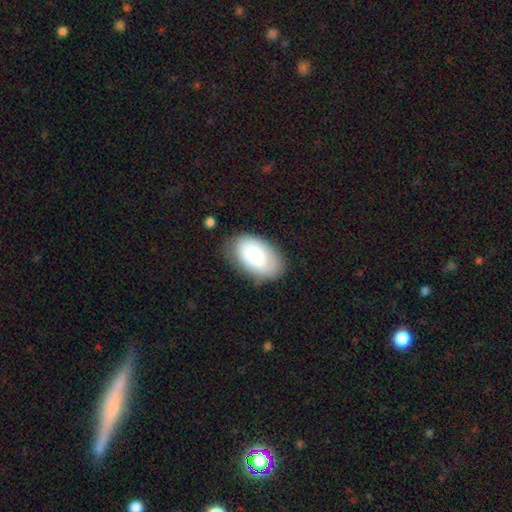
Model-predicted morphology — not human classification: This appears to be a smooth galaxy with no disk features (74%) that is in between round and cigar-shaped (93%). Merging: none (73%).